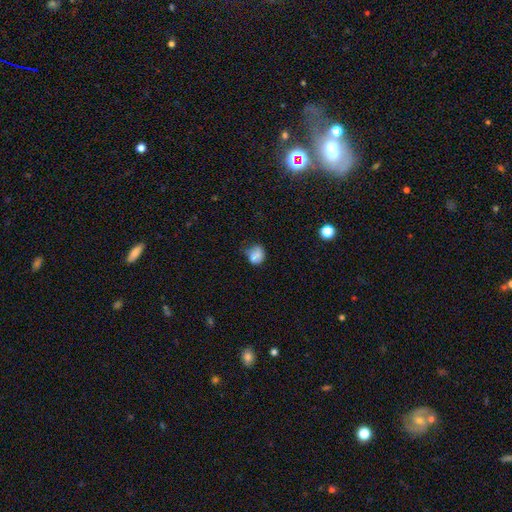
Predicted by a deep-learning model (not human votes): smooth_or_featured: smooth (p=0.72) [alt: featured or disk p=0.16]
how_rounded: round (p=0.61) [alt: in between p=0.38]
merging: none (p=0.41) [alt: minor disturbance p=0.30]